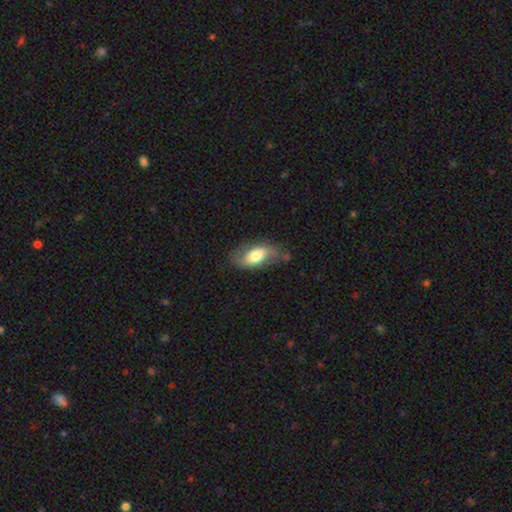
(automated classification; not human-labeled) The model was most divided on "smooth or featured" (2-way tie): smooth: 47%, featured or disk: 47%, star or artifact: 6%. More confident: merging — none (66%).